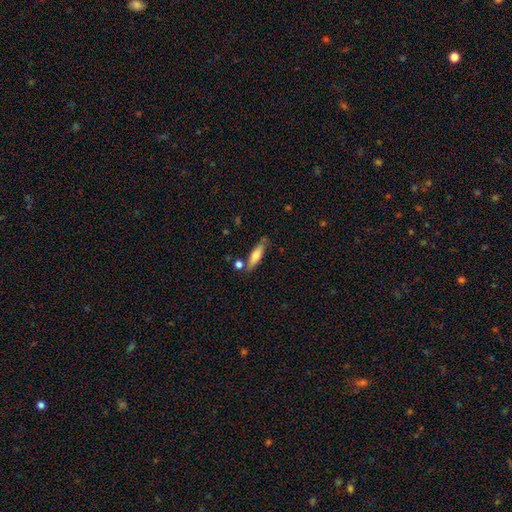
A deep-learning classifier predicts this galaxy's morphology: smooth 65%, featured or disk 29%, star or artifact 6%. Down the decision tree: how rounded — cigar-shaped (65%); merging — none (71%).